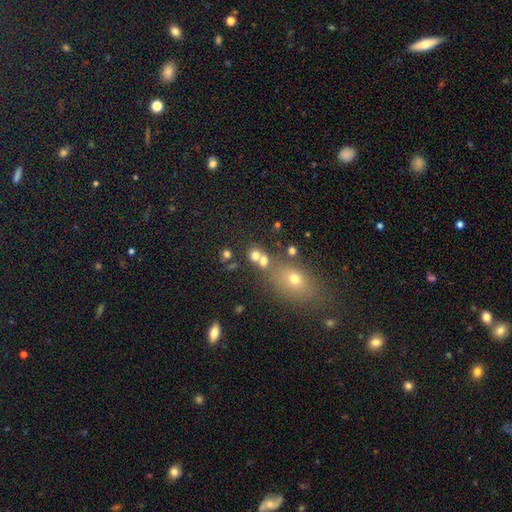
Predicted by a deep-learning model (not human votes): Q: Smooth or featured?
A: smooth (69%); runner-up: star or artifact (18%)
Q: How rounded?
A: round (75%); runner-up: in between (23%)
Q: Merging?
A: none (46%); runner-up: merger (40%)